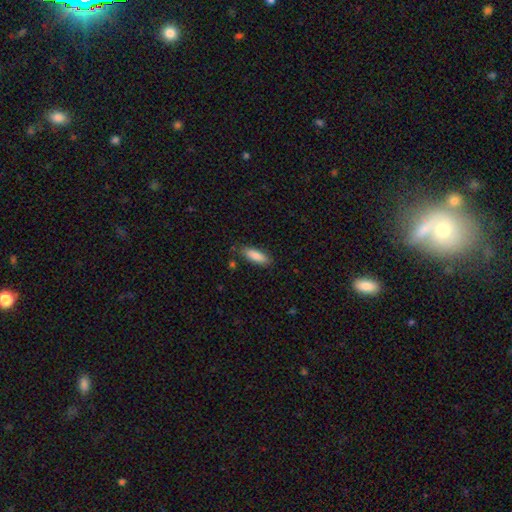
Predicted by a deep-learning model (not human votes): smooth-or-featured: smooth: 85% | featured or disk: 9% | star or artifact: 6%
  how-rounded: in between: 62% | cigar-shaped: 37% | round: 2%
  merging: none: 82% | minor disturbance: 13% | major disturbance: 3% | merger: 2%